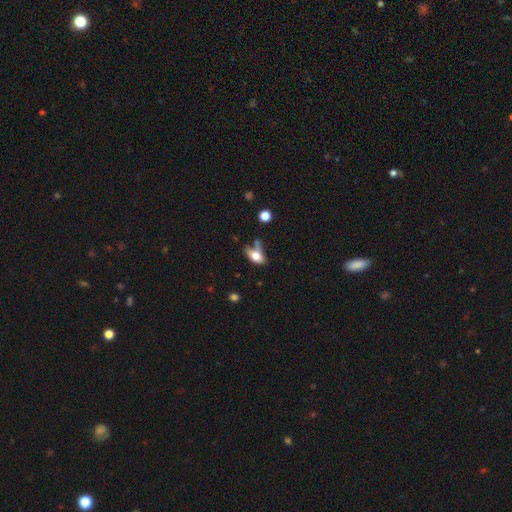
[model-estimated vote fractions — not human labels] Smooth or featured?
  - smooth: 73% *
  - featured or disk: 18%
  - star or artifact: 9%
How rounded?
  - in between: 85% *
  - cigar-shaped: 8%
  - round: 7%
Merging?
  - none: 39% *
  - minor disturbance: 26%
  - merger: 20%
  - major disturbance: 16%